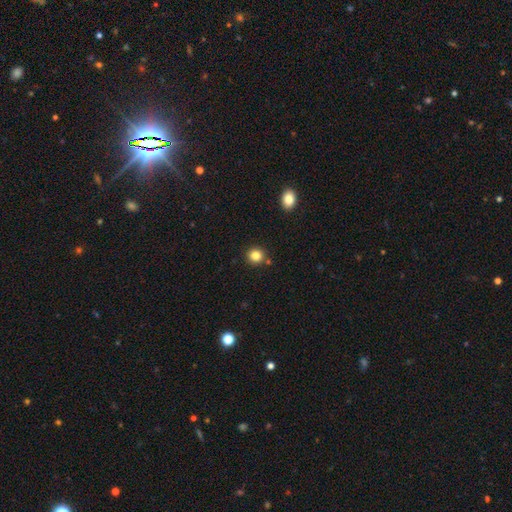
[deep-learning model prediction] Morphology: type=smooth (83%); roundness=round (90%); merging=none (87%).